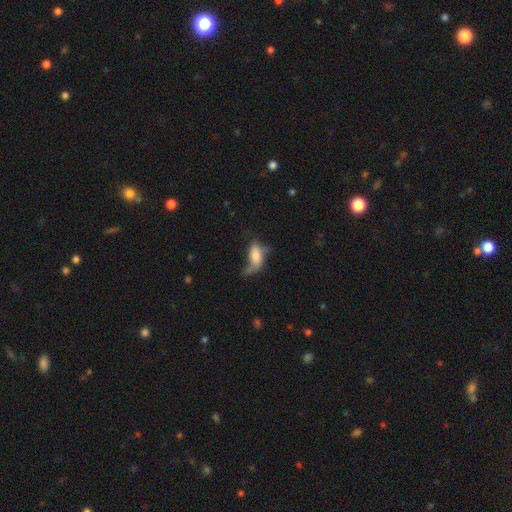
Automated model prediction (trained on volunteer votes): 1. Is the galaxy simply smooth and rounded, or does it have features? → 65% smooth, 27% featured or disk, 9% star or artifact.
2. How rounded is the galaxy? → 87% in between, 9% cigar-shaped, 5% round.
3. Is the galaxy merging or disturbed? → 43% major disturbance, 27% minor disturbance, 23% none, 7% merger.